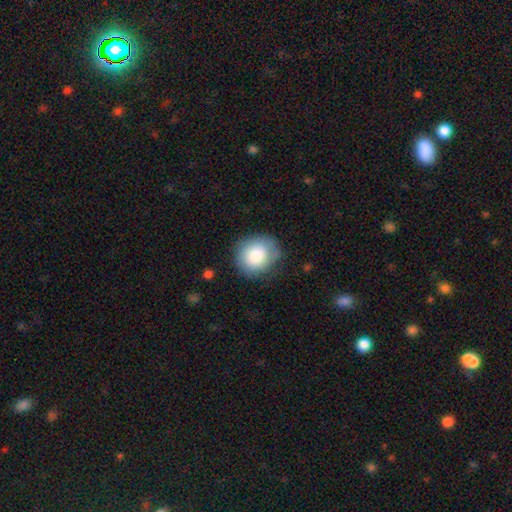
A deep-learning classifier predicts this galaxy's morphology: type=smooth (82%); roundness=round (76%); merging=none (74%).